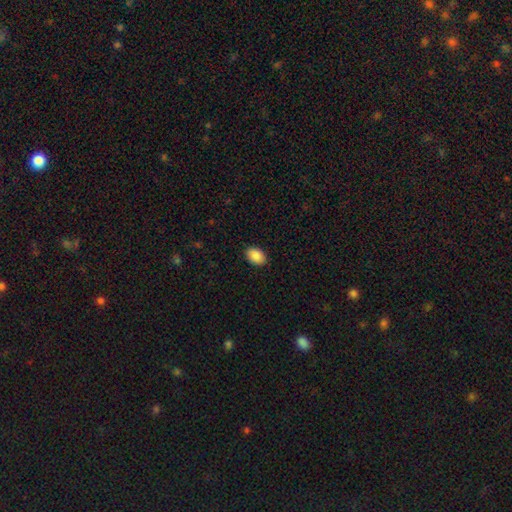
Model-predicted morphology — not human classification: smooth-or-featured: smooth: 90% | star or artifact: 7% | featured or disk: 3%
  how-rounded: in between: 84% | round: 15% | cigar-shaped: 1%
  merging: none: 89% | minor disturbance: 8% | major disturbance: 2% | merger: 1%